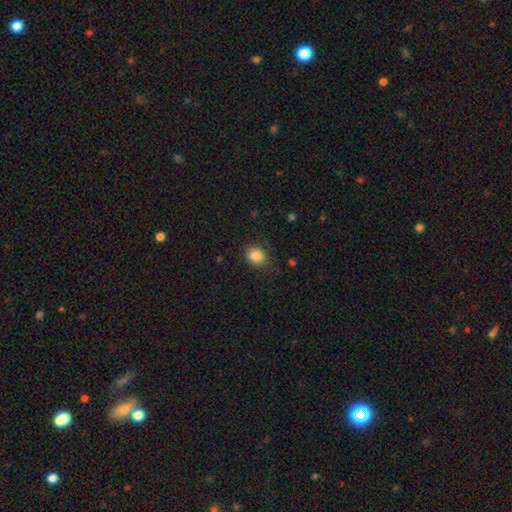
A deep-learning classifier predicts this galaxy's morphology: type=smooth (87%); roundness=round (58%); merging=none (80%).